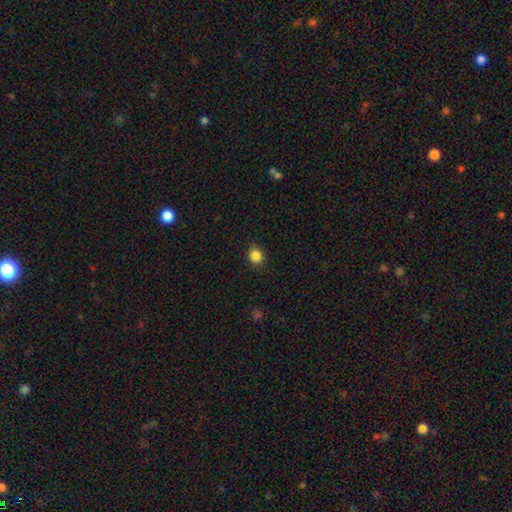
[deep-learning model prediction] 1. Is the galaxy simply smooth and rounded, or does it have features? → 85% smooth, 11% star or artifact, 4% featured or disk.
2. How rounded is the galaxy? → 77% round, 22% in between, 1% cigar-shaped.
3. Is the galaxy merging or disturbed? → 88% none, 9% minor disturbance, 2% major disturbance, 1% merger.